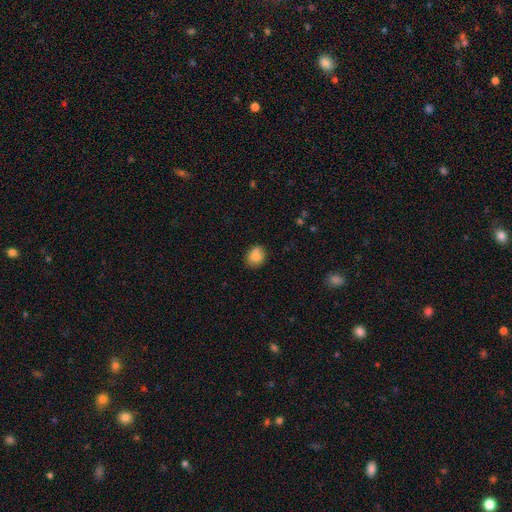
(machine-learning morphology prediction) Overall: smooth (82%). How rounded: round (59%; in between 40%). Merging: none (72%).